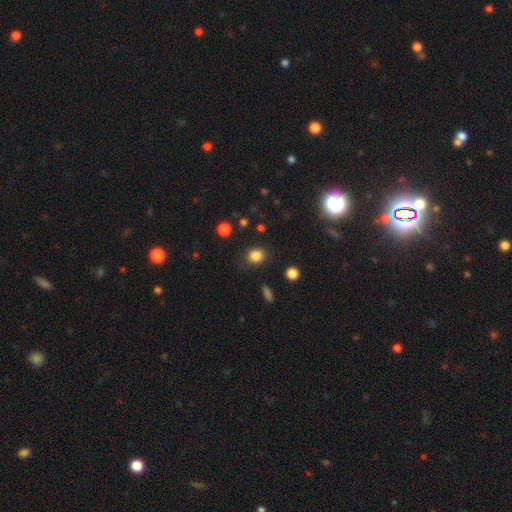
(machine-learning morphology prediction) smooth-or-featured: smooth: 84% | star or artifact: 11% | featured or disk: 4%
  how-rounded: round: 75% | in between: 24% | cigar-shaped: 1%
  merging: none: 85% | minor disturbance: 10% | major disturbance: 3% | merger: 2%